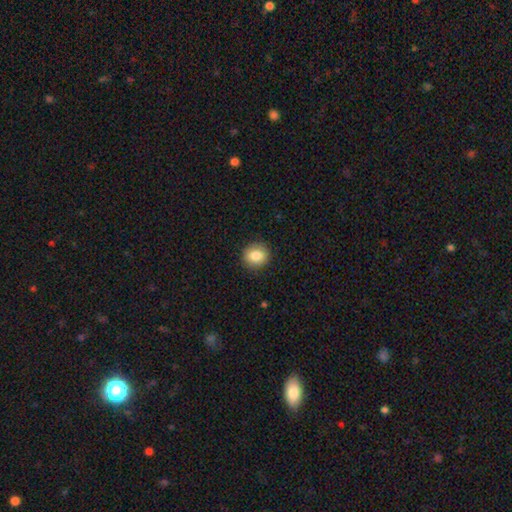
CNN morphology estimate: smooth-or-featured: smooth: 85% | star or artifact: 9% | featured or disk: 6%
  how-rounded: round: 80% | in between: 19% | cigar-shaped: 1%
  merging: none: 90% | minor disturbance: 7% | major disturbance: 2% | merger: 1%